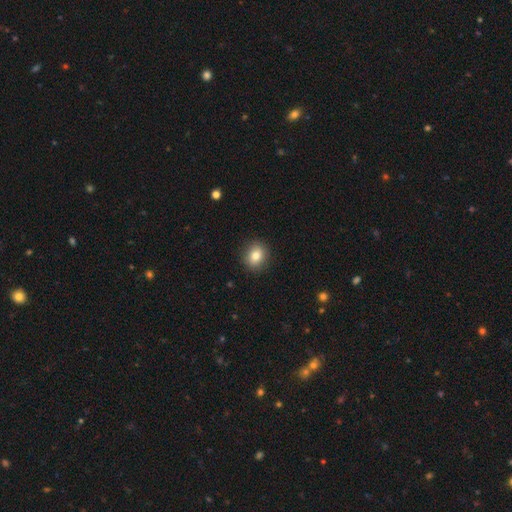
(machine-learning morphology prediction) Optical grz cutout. It shows a smooth galaxy with no disk features (81%) that is round (66%). Merging: none (90%).